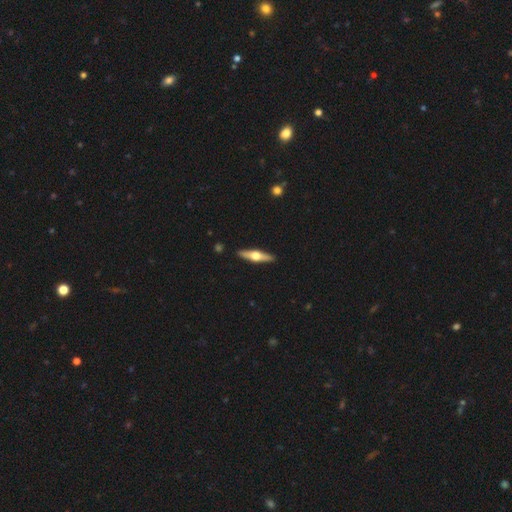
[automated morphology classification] featured or disk 69%, smooth 26%, star or artifact 5%. Down the decision tree: edge-on disk — yes (96%); edge-on bulge — rounded (96%); merging — none (91%).